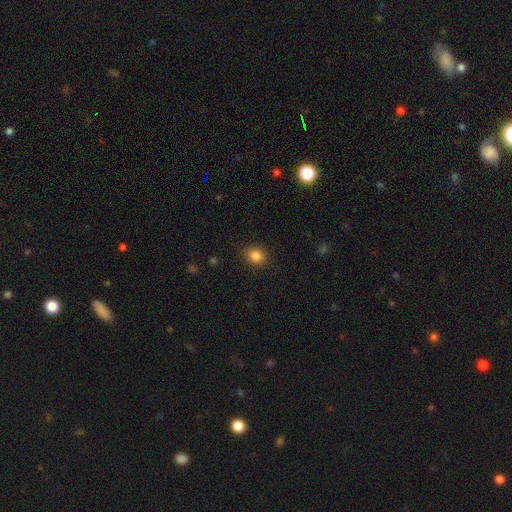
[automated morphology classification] This is clearly a smooth galaxy (84%). How rounded: likely round (63%). Merging: clearly none (88%).